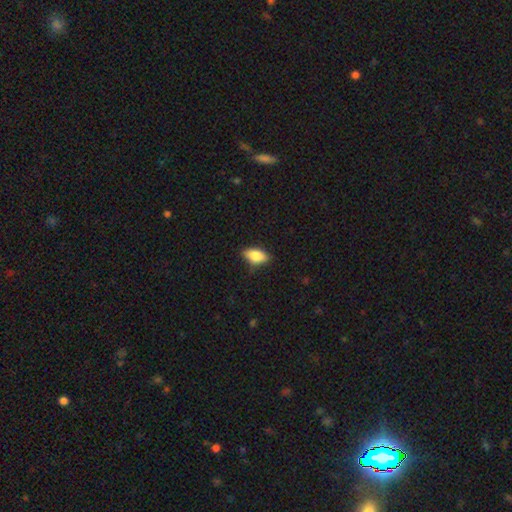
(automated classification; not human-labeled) Smooth or featured?
  - smooth: 83% *
  - featured or disk: 10%
  - star or artifact: 7%
How rounded?
  - in between: 89% *
  - cigar-shaped: 7%
  - round: 4%
Merging?
  - none: 81% *
  - minor disturbance: 15%
  - major disturbance: 3%
  - merger: 1%